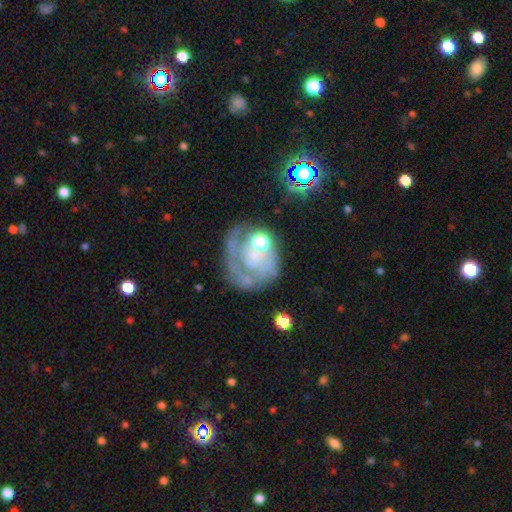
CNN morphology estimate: Q: Smooth or featured?
A: featured or disk (70%); runner-up: smooth (21%)
Q: Edge-on disk?
A: no (98%); runner-up: yes (2%)
Q: Bar?
A: no (85%); runner-up: weak (12%)
Q: Spiral arms?
A: yes (60%); runner-up: no (40%)
Q: Bulge size?
A: none (31%); runner-up: moderate (29%)
Q: Merging?
A: none (52%); runner-up: major disturbance (21%)